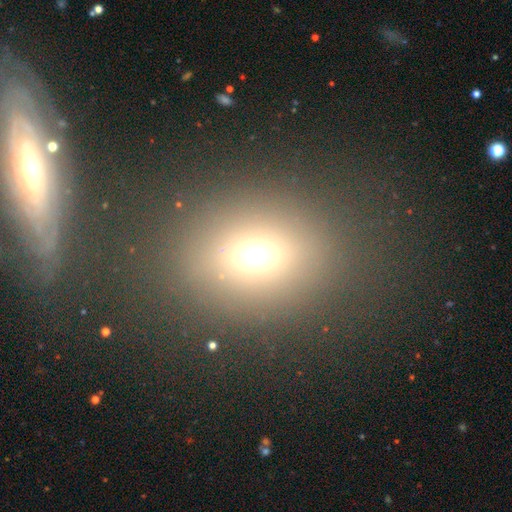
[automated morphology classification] Smooth or featured? smooth (65%)
How rounded? round (58%)
Merging? none (81%)